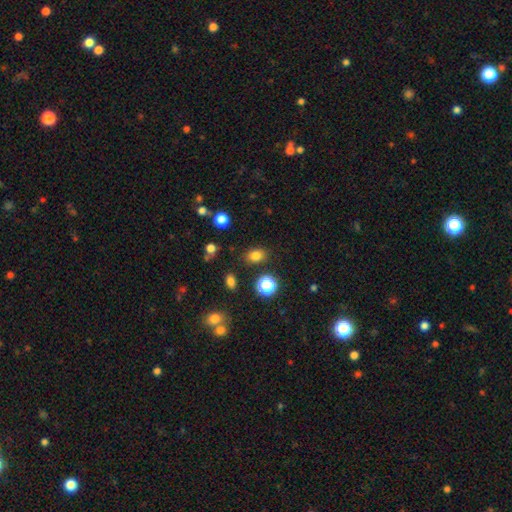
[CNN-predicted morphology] A smooth galaxy with no disk features (79%) that is in between round and cigar-shaped (66%).

Vote fractions:
- Smooth or featured? smooth: 79% / star or artifact: 15% / featured or disk: 6%
- How rounded? in between: 66% / round: 33% / cigar-shaped: 1%
- Merging? none: 84% / minor disturbance: 10% / merger: 3% / major disturbance: 3%